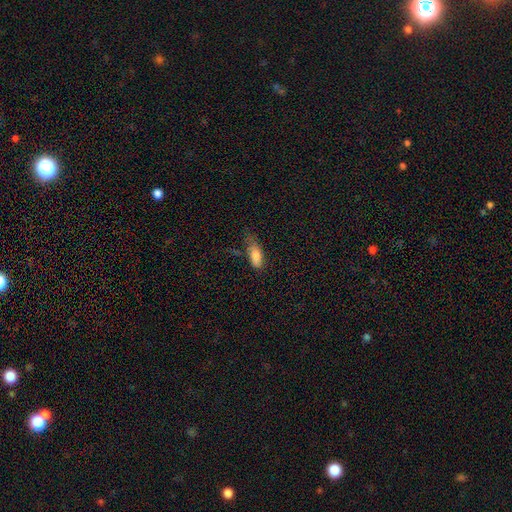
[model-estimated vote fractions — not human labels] Smooth or featured? Predicted: smooth (p=0.81). How rounded? Predicted: in between (p=0.82). Merging? Predicted: none (p=0.40).